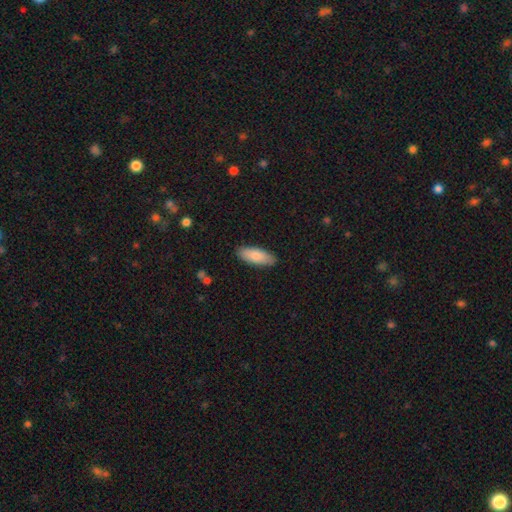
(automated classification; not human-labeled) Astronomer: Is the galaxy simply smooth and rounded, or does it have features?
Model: smooth — 84%.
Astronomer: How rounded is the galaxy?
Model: in between — 75%.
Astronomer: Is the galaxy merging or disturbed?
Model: none — 89%.